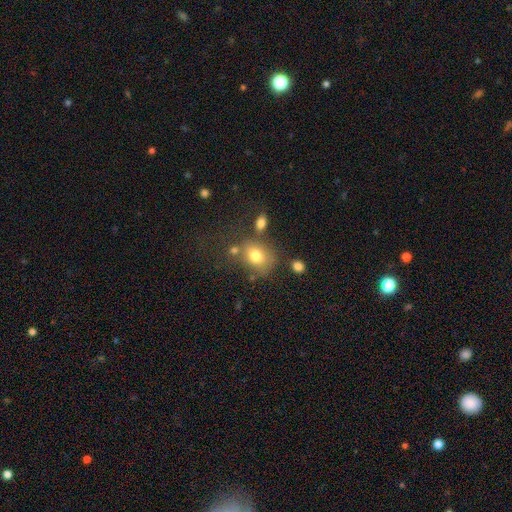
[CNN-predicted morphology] smooth-or-featured: smooth: 76% | featured or disk: 13% | star or artifact: 11%
  how-rounded: in between: 54% | round: 45% | cigar-shaped: 1%
  merging: none: 57% | minor disturbance: 18% | merger: 15% | major disturbance: 9%